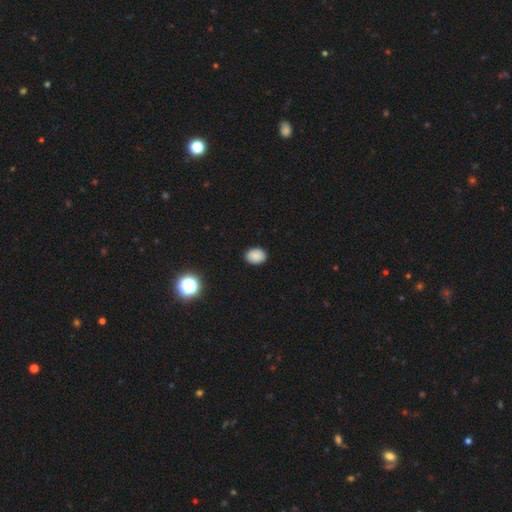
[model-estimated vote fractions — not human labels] This is clearly a smooth galaxy (87%). How rounded: likely in between (71%). Merging: clearly none (89%).